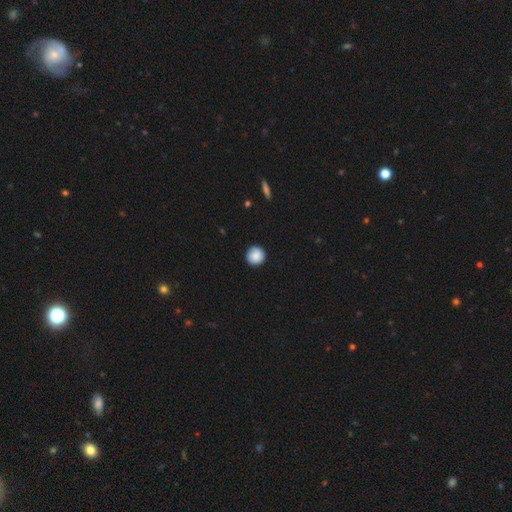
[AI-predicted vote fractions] This is clearly a smooth galaxy (88%). How rounded: clearly round (95%). Merging: clearly none (90%).